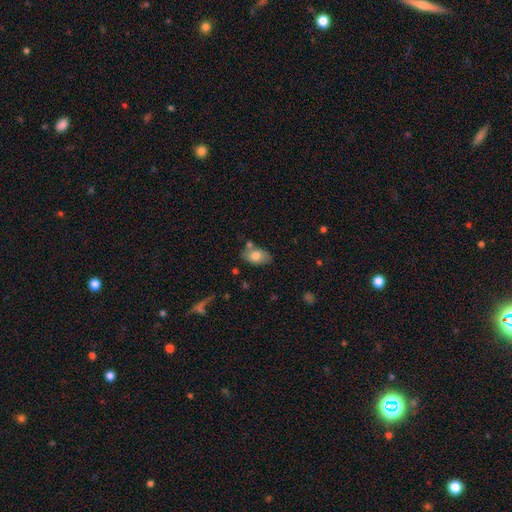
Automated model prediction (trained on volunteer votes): Morphology: type=smooth (77%); roundness=in between (90%); merging=none (67%).